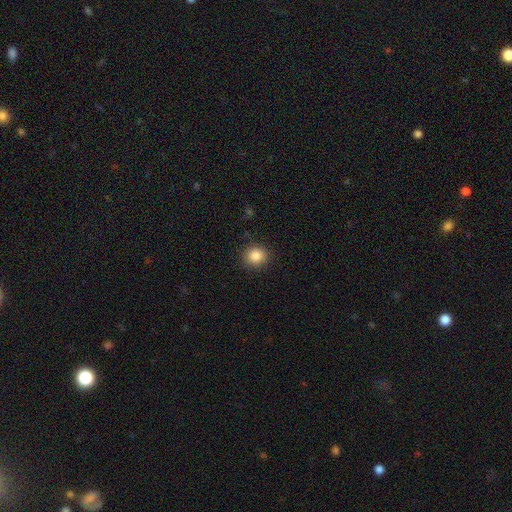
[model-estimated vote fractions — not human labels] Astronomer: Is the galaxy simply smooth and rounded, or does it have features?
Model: smooth — 86%.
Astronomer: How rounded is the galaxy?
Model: round — 87%.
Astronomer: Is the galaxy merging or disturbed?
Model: none — 89%.